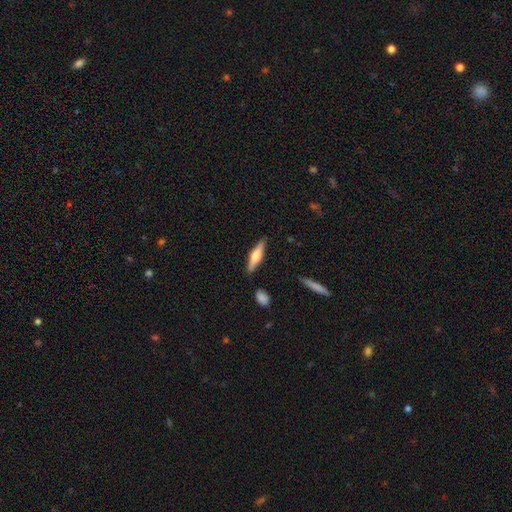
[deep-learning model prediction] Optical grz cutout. It shows a featured or disk galaxy (54%) viewed edge-on (96%) with a rounded central bulge (87%). Merging: none (86%).